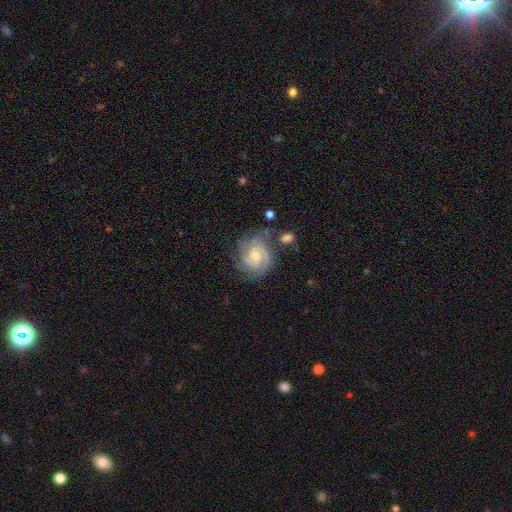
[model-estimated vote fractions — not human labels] Overall: featured or disk (81%). Edge-on disk: no (98%). Bar: no (66%; weak 30%). Spiral arms: yes (96%). Spiral arm count: 3 (32%; 2 27%). Spiral winding: tight (57%; medium 35%). Bulge size: small (54%; moderate 34%). Merging: none (64%).